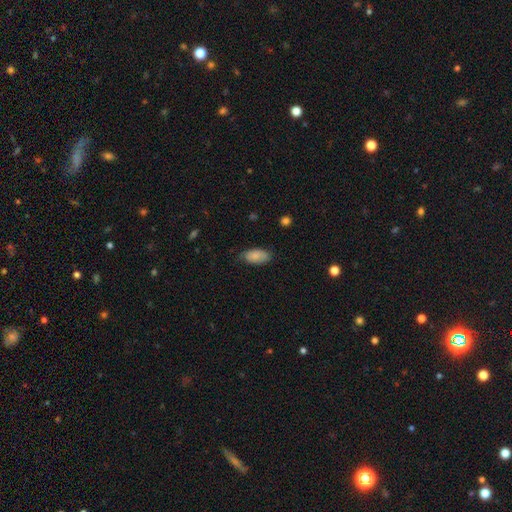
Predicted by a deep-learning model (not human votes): Smooth or featured? smooth (83%)
How rounded? in between (94%)
Merging? none (66%)